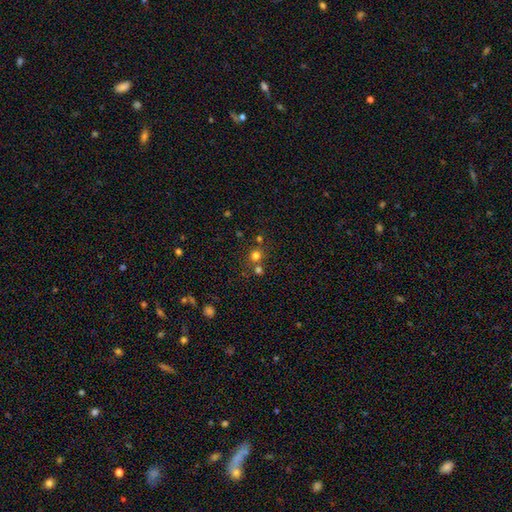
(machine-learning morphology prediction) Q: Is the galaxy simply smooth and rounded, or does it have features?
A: smooth — 73%.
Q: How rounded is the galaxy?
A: round — 90%.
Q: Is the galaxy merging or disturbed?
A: none — 66%.